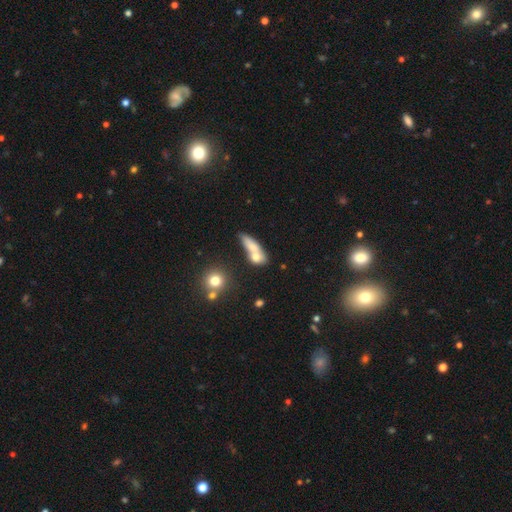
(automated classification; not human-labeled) smooth_or_featured: smooth (p=0.66) [alt: featured or disk p=0.24]
how_rounded: in between (p=0.48) [alt: cigar-shaped p=0.37]
merging: merger (p=0.44) [alt: none p=0.33]